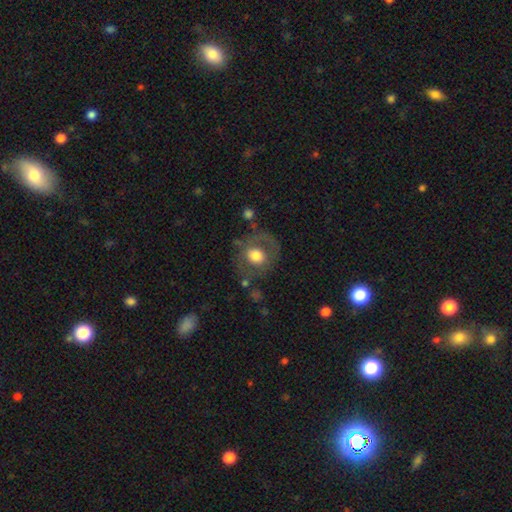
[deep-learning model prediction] smooth-or-featured: smooth: 56% | featured or disk: 36% | star or artifact: 8%
  how-rounded: round: 82% | in between: 17% | cigar-shaped: 1%
  merging: none: 63% | minor disturbance: 19% | major disturbance: 15% | merger: 4%